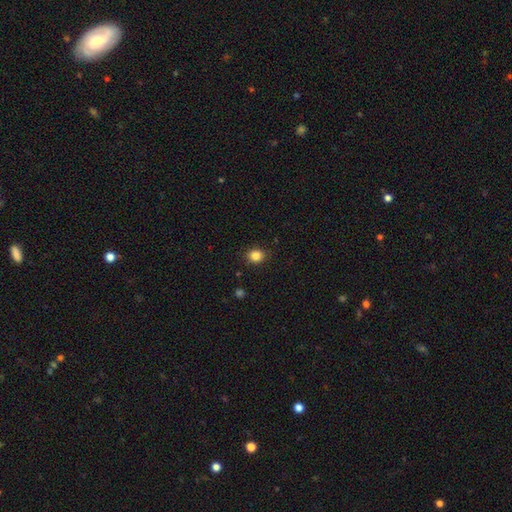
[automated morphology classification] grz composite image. It shows a smooth galaxy with no disk features (85%) that is round (68%). Merging: none (89%).